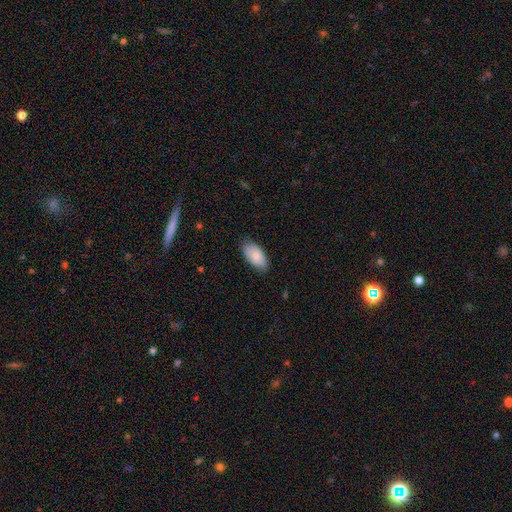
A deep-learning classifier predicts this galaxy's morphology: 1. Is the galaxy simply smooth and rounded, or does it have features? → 84% smooth, 10% featured or disk, 6% star or artifact.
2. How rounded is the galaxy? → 95% in between, 3% cigar-shaped, 3% round.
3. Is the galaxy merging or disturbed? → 79% none, 18% minor disturbance, 3% major disturbance, 1% merger.